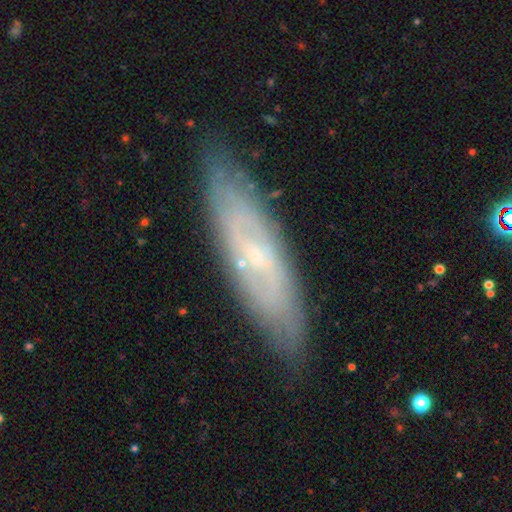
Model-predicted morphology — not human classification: A featured or disk galaxy (67%).

Vote fractions:
- Smooth or featured? featured or disk: 67% / smooth: 25% / star or artifact: 8%
- Edge-on disk? no: 68% / yes: 32%
- Merging? none: 83% / minor disturbance: 13% / major disturbance: 3% / merger: 2%